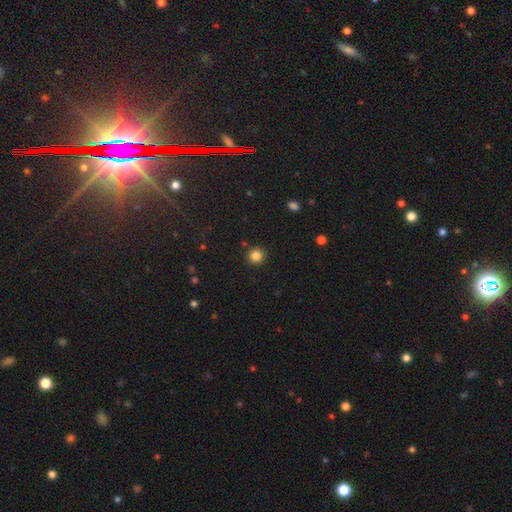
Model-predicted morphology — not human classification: Smooth or featured?
  - smooth: 84% *
  - star or artifact: 12%
  - featured or disk: 4%
How rounded?
  - round: 94% *
  - in between: 5%
  - cigar-shaped: 1%
Merging?
  - none: 90% *
  - minor disturbance: 6%
  - merger: 2%
  - major disturbance: 2%